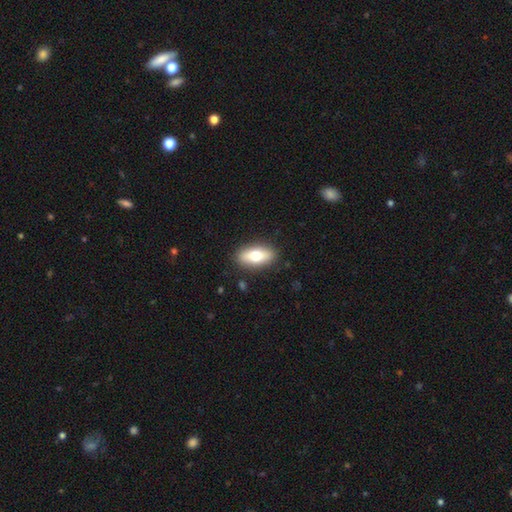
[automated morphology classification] smooth 67%, featured or disk 27%, star or artifact 7%. Down the decision tree: how rounded — in between (82%); merging — none (88%).